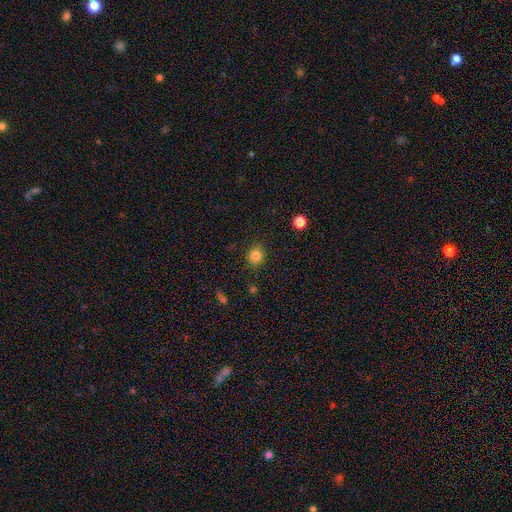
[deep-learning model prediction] Overall: smooth (83%). How rounded: round (82%). Merging: none (85%).